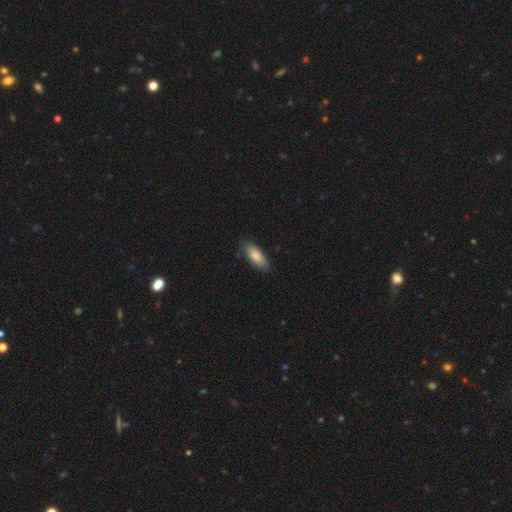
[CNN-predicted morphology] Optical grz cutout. It shows a smooth galaxy with no disk features (82%) that is in between round and cigar-shaped (74%). Merging: none (78%).